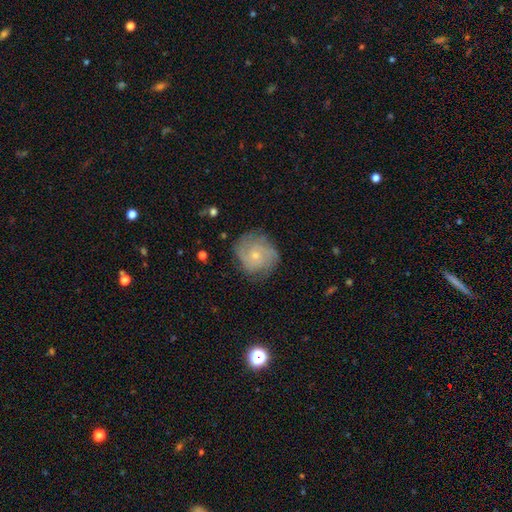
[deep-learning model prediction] Smooth or featured? Predicted: featured or disk (p=0.67). Edge-on disk? Predicted: no (p=0.98). Bar? Predicted: no (p=0.80). Spiral arms? Predicted: yes (p=0.88). Spiral winding? Predicted: tight (p=0.56). Spiral arm count? Predicted: can't tell (p=0.33). Bulge size? Predicted: small (p=0.72). Merging? Predicted: none (p=0.73).